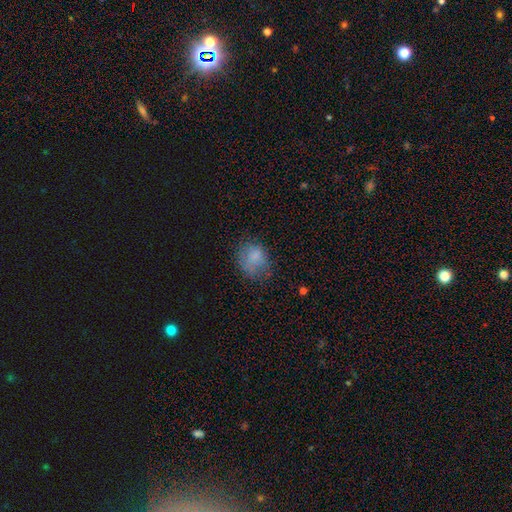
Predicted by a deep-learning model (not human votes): Q: Smooth or featured?
A: smooth (72%); runner-up: star or artifact (14%)
Q: How rounded?
A: round (54%); runner-up: in between (45%)
Q: Merging?
A: none (58%); runner-up: minor disturbance (27%)